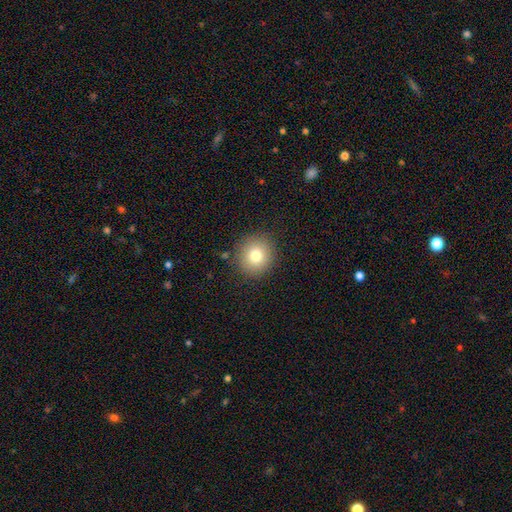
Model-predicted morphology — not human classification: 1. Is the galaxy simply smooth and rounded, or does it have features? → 79% smooth, 11% star or artifact, 10% featured or disk.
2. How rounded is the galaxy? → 89% round, 10% in between, 1% cigar-shaped.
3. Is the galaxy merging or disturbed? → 87% none, 8% minor disturbance, 3% major disturbance, 2% merger.